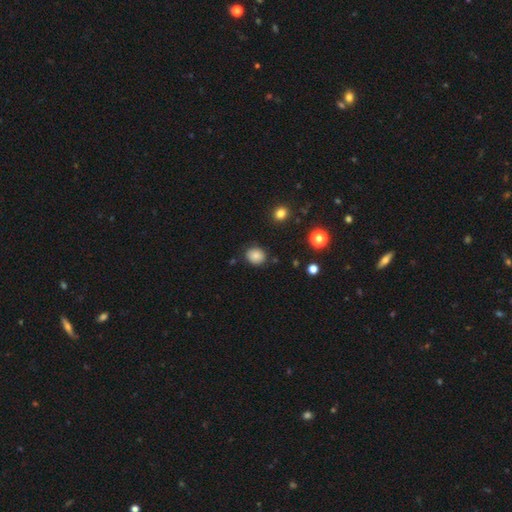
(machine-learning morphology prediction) This is clearly a smooth galaxy (84%). How rounded: likely round (68%). Merging: clearly none (84%).